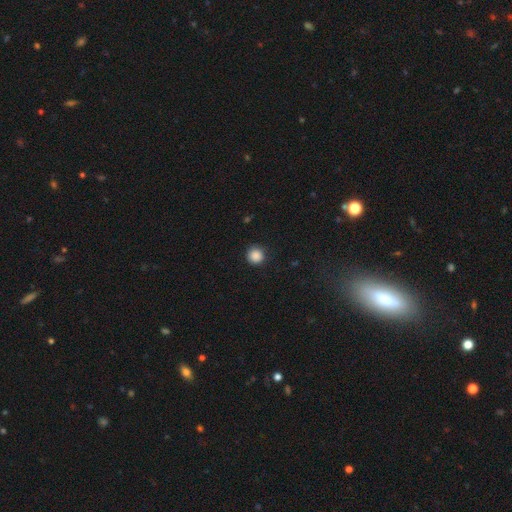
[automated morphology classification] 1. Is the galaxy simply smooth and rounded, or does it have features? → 87% smooth, 10% star or artifact, 3% featured or disk.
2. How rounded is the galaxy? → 95% round, 4% in between, 1% cigar-shaped.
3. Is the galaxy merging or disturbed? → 90% none, 7% minor disturbance, 2% major disturbance, 1% merger.